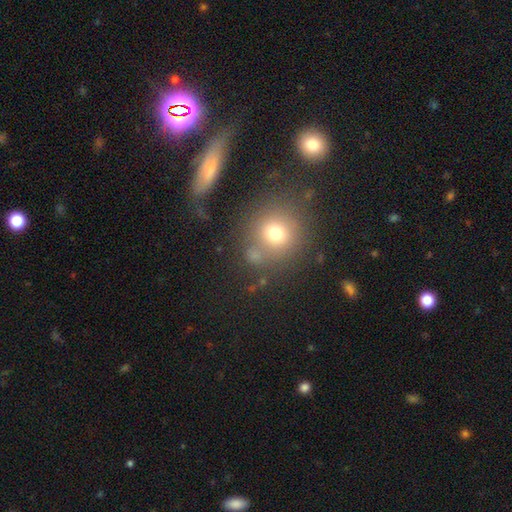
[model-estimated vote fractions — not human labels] smooth 67%, star or artifact 20%, featured or disk 13%. Down the decision tree: how rounded — round (80%); merging — none (66%).